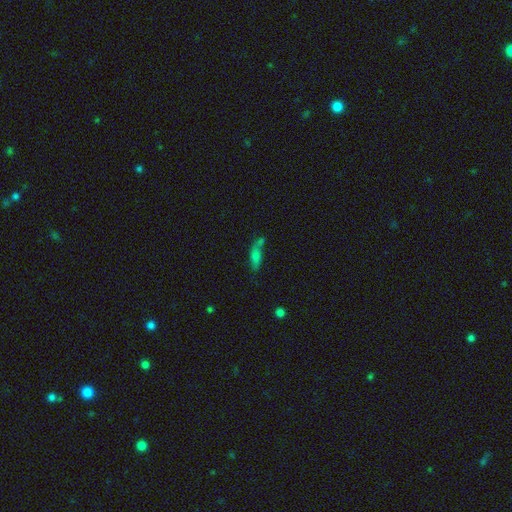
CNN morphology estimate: This appears to be a smooth galaxy with no disk features (60%) that is in between round and cigar-shaped (50%). Merging: none (44%).